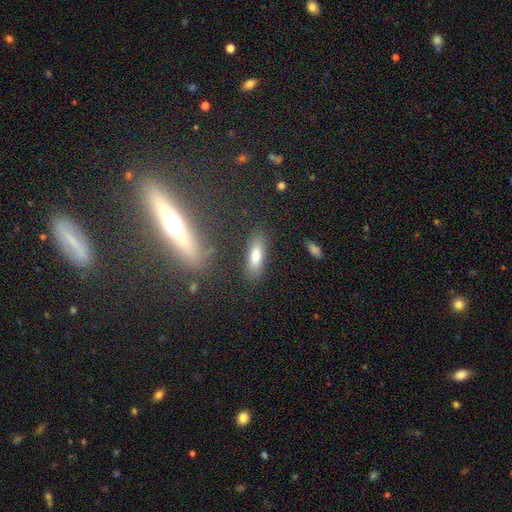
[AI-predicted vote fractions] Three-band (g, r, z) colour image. It shows a smooth galaxy with no disk features (74%) that is in between round and cigar-shaped (53%). Merging: none (83%).